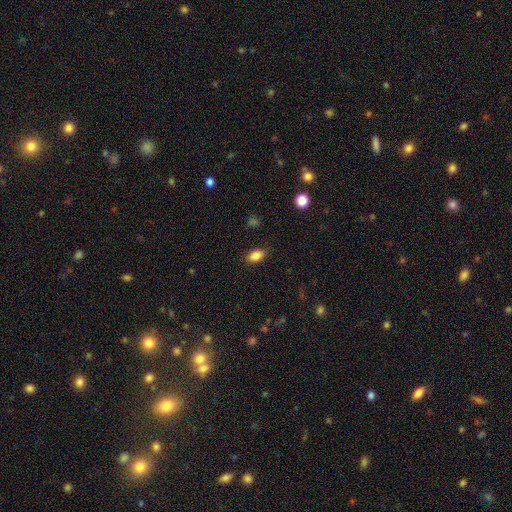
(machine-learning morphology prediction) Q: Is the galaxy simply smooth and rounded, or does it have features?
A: smooth — 86%.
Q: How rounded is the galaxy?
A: in between — 89%.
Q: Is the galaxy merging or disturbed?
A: none — 84%.